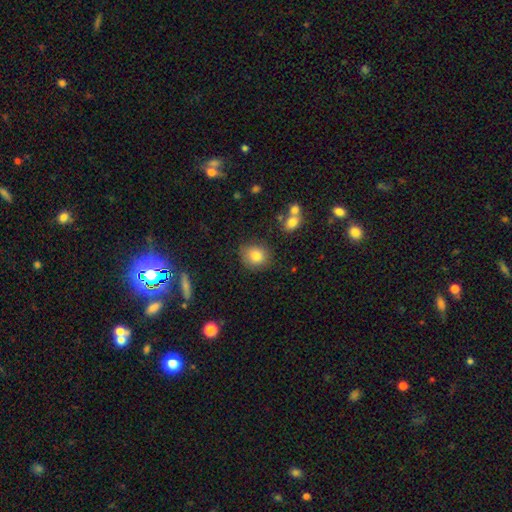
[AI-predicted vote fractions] smooth 83%, star or artifact 9%, featured or disk 8%. Down the decision tree: how rounded — round (72%); merging — none (80%).